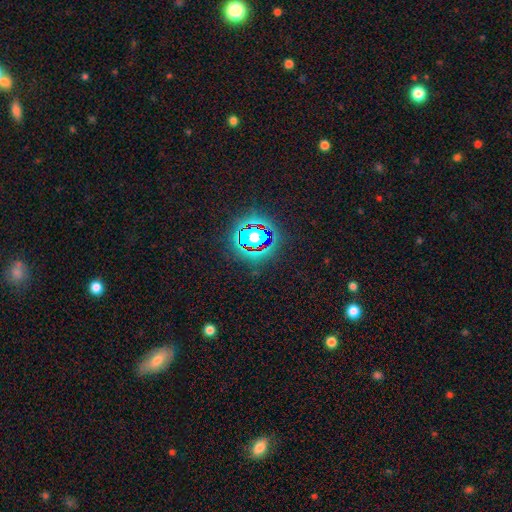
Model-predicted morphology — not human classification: Smooth or featured? Predicted: star or artifact (p=0.81).